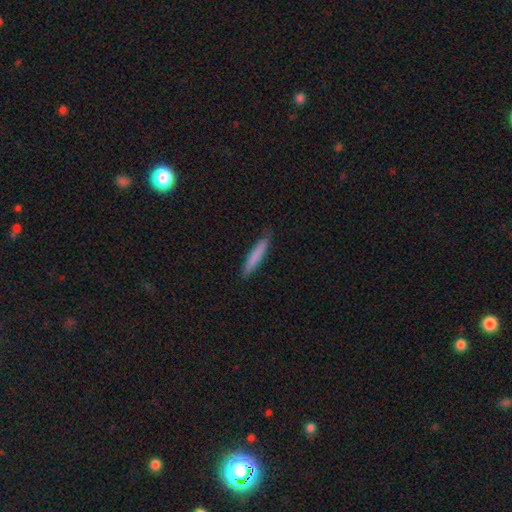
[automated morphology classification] This appears to be a smooth galaxy with no disk features (80%) that is cigar-shaped (93%). Merging: none (87%).